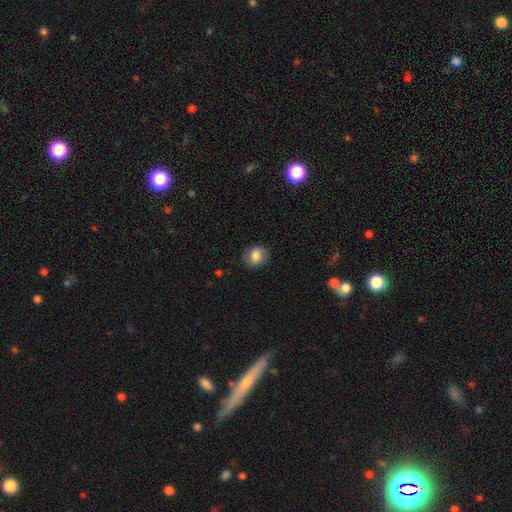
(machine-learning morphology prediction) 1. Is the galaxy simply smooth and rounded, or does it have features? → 80% smooth, 12% featured or disk, 8% star or artifact.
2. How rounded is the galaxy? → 54% round, 45% in between, 1% cigar-shaped.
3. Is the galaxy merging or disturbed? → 82% none, 13% minor disturbance, 4% major disturbance, 1% merger.